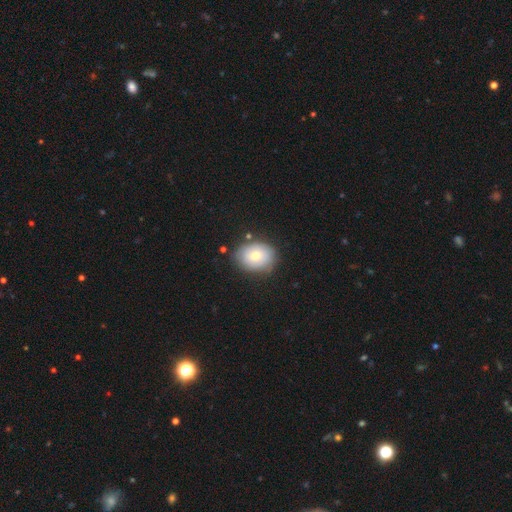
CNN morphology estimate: Smooth or featured: smooth — 70% (featured or disk — 22%)
How rounded: in between — 56% (round — 43%)
Merging: none — 80% (minor disturbance — 14%)